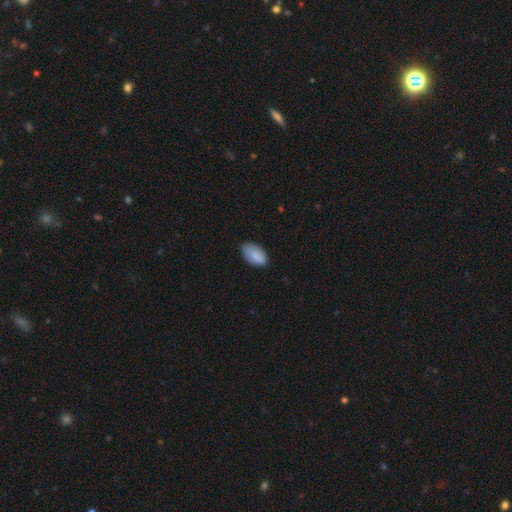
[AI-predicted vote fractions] This is clearly a smooth galaxy (83%). How rounded: clearly in between (94%). Merging: likely none (65%).